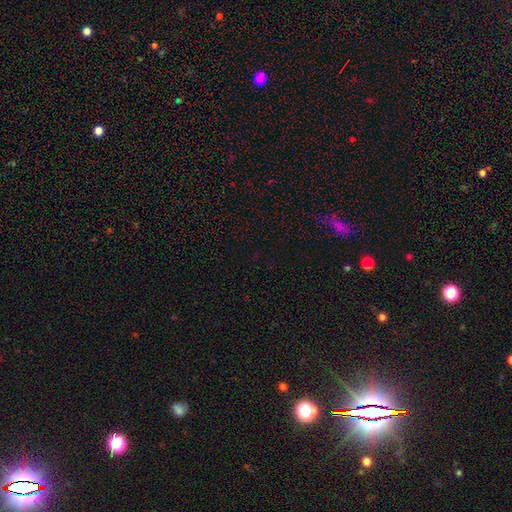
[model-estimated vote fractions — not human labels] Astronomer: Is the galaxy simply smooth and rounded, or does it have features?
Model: star or artifact — 73%.